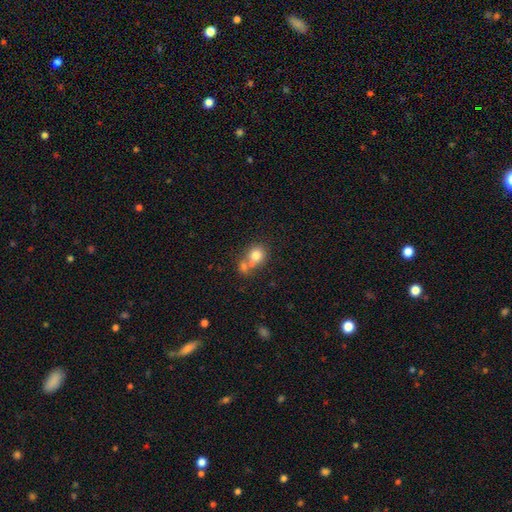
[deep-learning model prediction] The model was most divided on "merging": merger: 47%, none: 41%, minor disturbance: 8%, major disturbance: 4%. More confident: how rounded — round (79%); smooth or featured — smooth (76%).